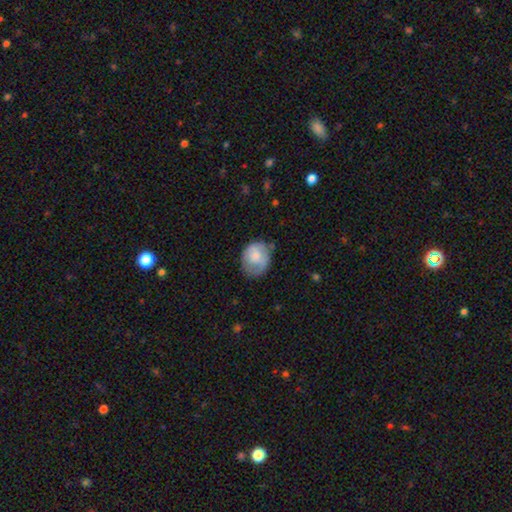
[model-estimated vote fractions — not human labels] Smooth or featured? Predicted: smooth (p=0.68). How rounded? Predicted: round (p=0.56). Merging? Predicted: none (p=0.51).